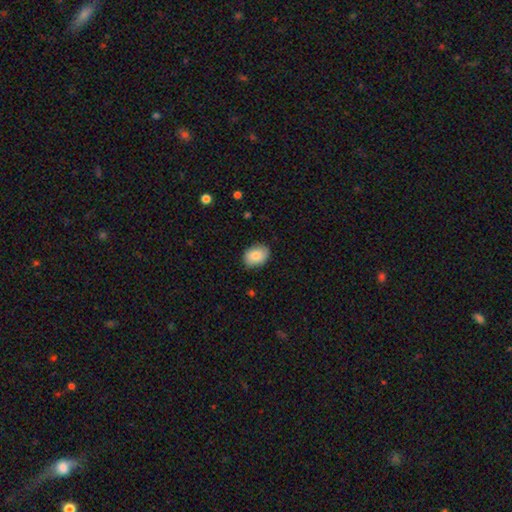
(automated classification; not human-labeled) Morphology: type=smooth (86%); roundness=in between (75%); merging=none (85%).